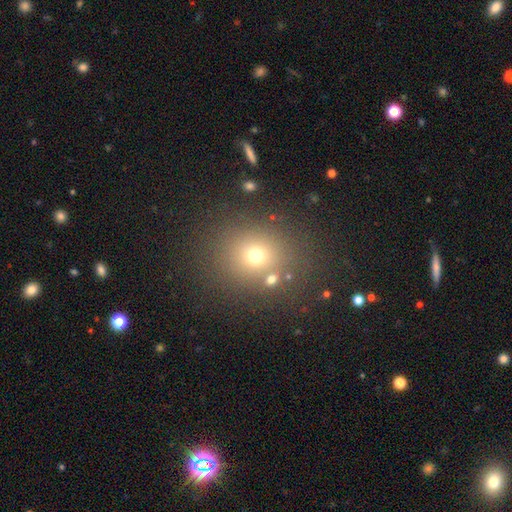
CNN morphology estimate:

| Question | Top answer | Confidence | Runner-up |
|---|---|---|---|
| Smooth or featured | smooth | 68% | star or artifact (22%) |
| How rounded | round | 80% | in between (19%) |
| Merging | none | 80% | minor disturbance (9%) |